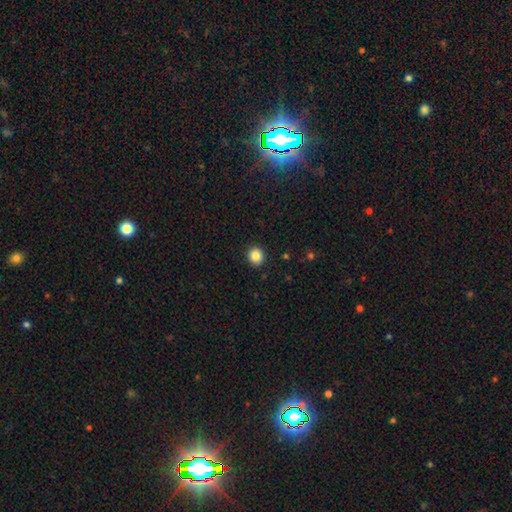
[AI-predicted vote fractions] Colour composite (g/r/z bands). It shows a smooth galaxy with no disk features (85%) that is round (87%). Merging: none (92%).